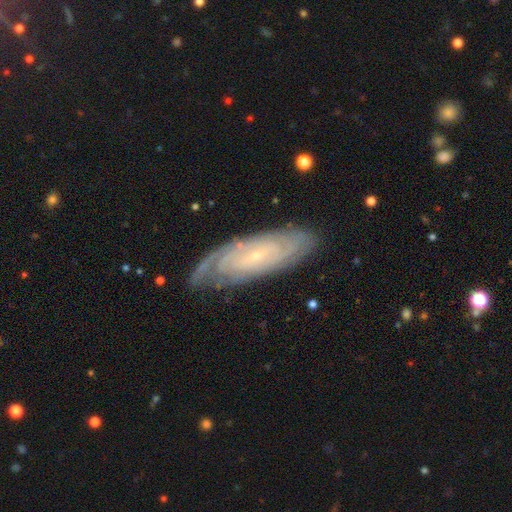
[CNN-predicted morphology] Smooth or featured? featured or disk (82%)
Edge-on disk? no (88%)
Bar? no (59%)
Spiral arms? yes (95%)
Spiral winding? tight (75%)
Spiral arm count? can't tell (45%)
Bulge size? small (86%)
Merging? none (76%)